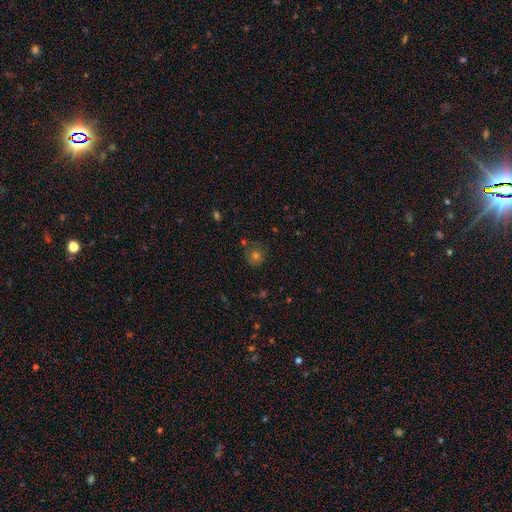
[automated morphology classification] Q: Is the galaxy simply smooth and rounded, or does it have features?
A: smooth — 63%.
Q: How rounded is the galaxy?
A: round — 88%.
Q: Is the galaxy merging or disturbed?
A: none — 76%.